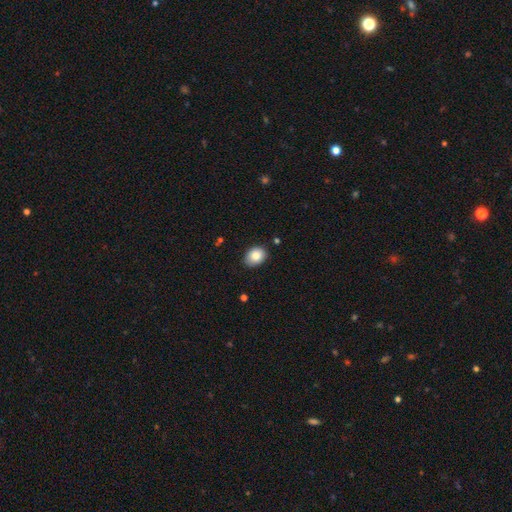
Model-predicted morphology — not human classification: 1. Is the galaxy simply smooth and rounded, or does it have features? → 84% smooth, 8% star or artifact, 8% featured or disk.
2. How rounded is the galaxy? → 66% in between, 33% round, 1% cigar-shaped.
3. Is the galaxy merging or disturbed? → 85% none, 12% minor disturbance, 2% major disturbance, 1% merger.